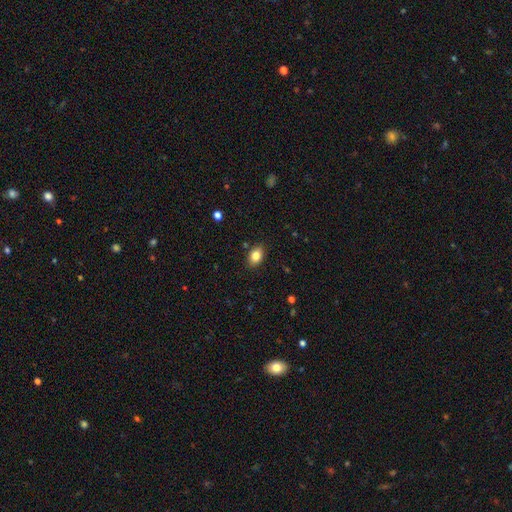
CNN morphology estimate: A smooth galaxy with no disk features (83%) that is in between round and cigar-shaped (82%). Merging: none (86%).